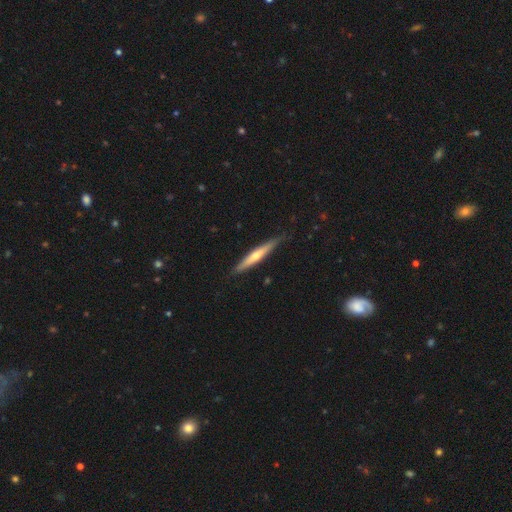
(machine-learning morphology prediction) This is possibly a featured or disk galaxy (54%). It is clearly viewed edge-on (95%). Edge-on bulge: likely rounded (78%). Merging: clearly none (84%).